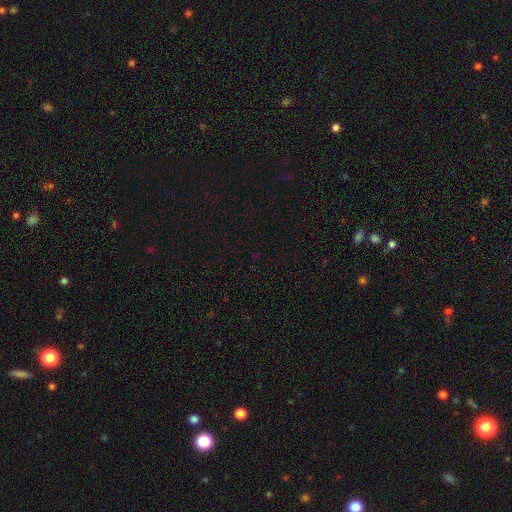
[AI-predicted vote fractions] Overall: star or artifact (71%).